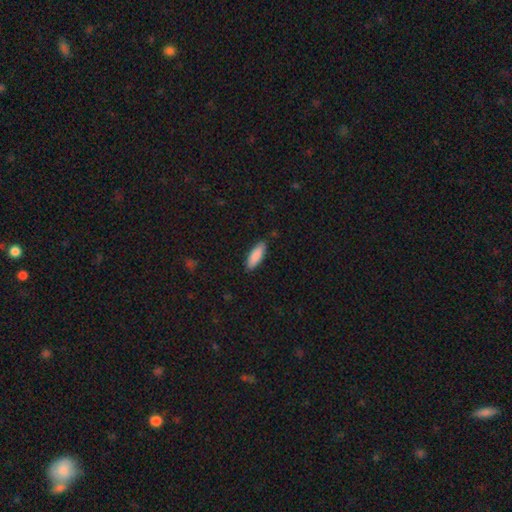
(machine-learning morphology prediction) A smooth galaxy with no disk features (88%) that is in between round and cigar-shaped (57%). Merging: none (87%).